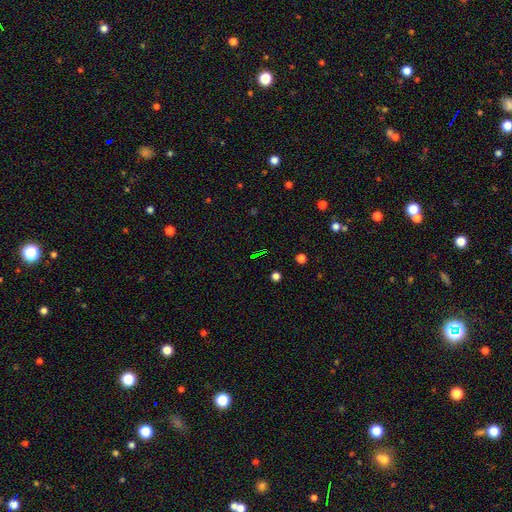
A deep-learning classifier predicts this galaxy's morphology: Smooth or featured: star or artifact — 66% (smooth — 22%)